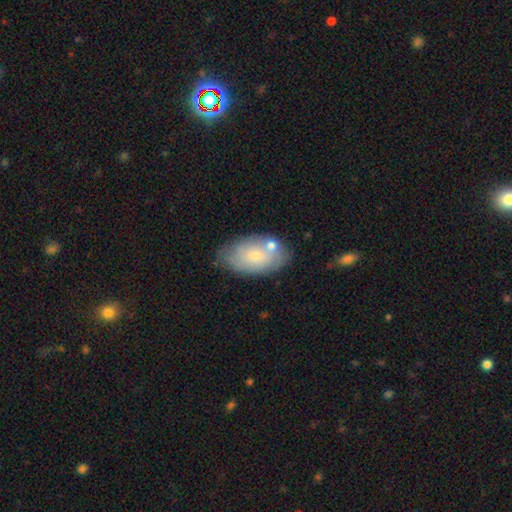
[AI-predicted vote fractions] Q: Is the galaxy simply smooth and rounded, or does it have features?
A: smooth — 63%.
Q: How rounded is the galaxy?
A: in between — 93%.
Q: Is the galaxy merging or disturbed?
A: none — 64%.